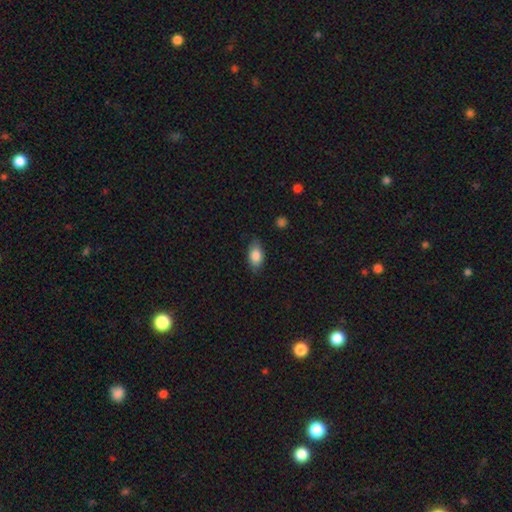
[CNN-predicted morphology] This appears to be a smooth galaxy with no disk features (84%) that is in between round and cigar-shaped (90%). Merging: none (81%).